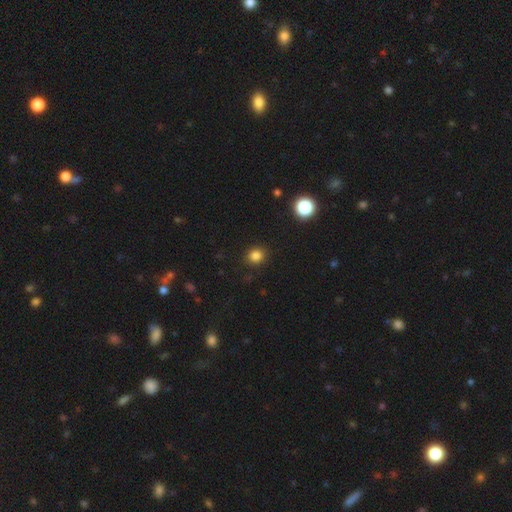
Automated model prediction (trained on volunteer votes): Morphology: type=smooth (83%); roundness=round (80%); merging=none (89%).